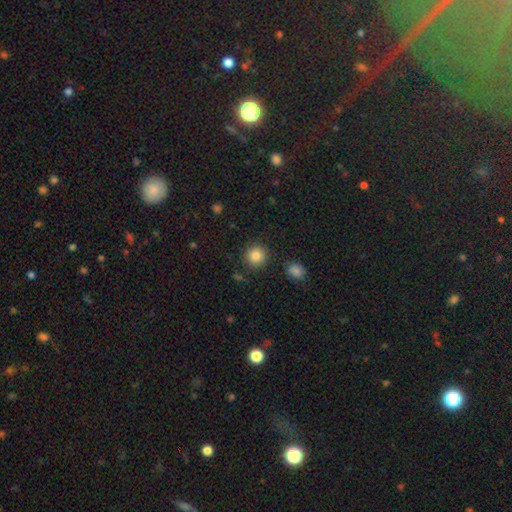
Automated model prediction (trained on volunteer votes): Morphology: type=smooth (85%); roundness=round (92%); merging=none (88%).